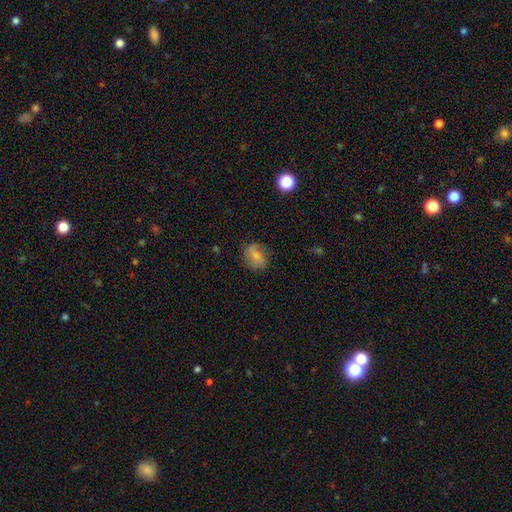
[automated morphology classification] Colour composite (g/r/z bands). It shows a smooth galaxy with no disk features (60%) that is in between round and cigar-shaped (54%). Merging: none (74%).